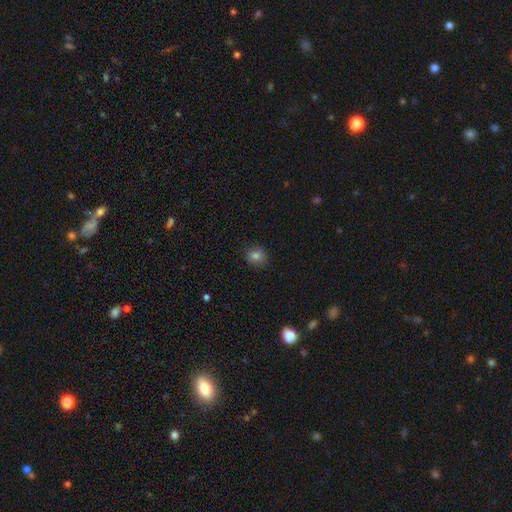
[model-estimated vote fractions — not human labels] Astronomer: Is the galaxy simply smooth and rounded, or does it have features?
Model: smooth — 82%.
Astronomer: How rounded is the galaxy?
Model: round — 79%.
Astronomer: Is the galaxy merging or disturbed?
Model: none — 85%.